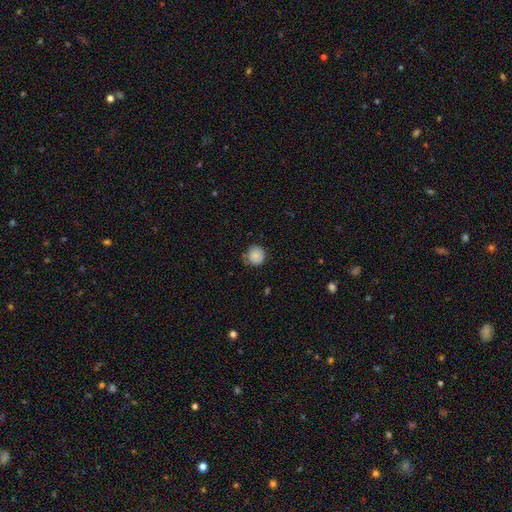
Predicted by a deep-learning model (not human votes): smooth 86%, star or artifact 8%, featured or disk 6%. Down the decision tree: how rounded — round (89%); merging — none (75%).